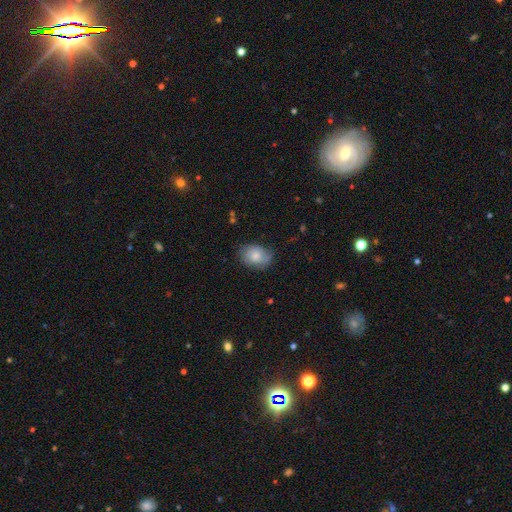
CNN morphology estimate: smooth_or_featured: smooth (p=0.70) [alt: featured or disk p=0.23]
how_rounded: in between (p=0.68) [alt: round p=0.31]
merging: none (p=0.68) [alt: minor disturbance p=0.25]